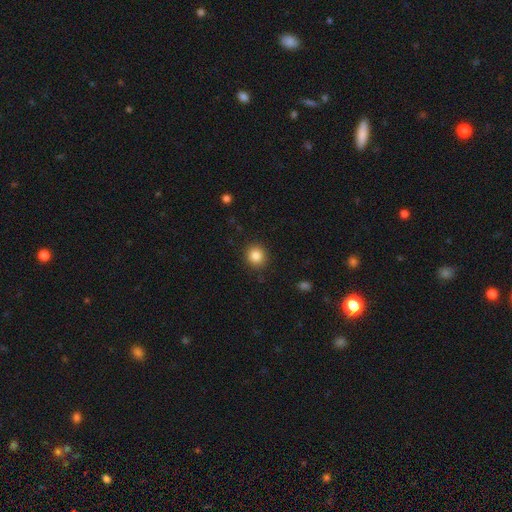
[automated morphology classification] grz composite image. It shows a smooth galaxy with no disk features (86%) that is round (90%). Merging: none (90%).